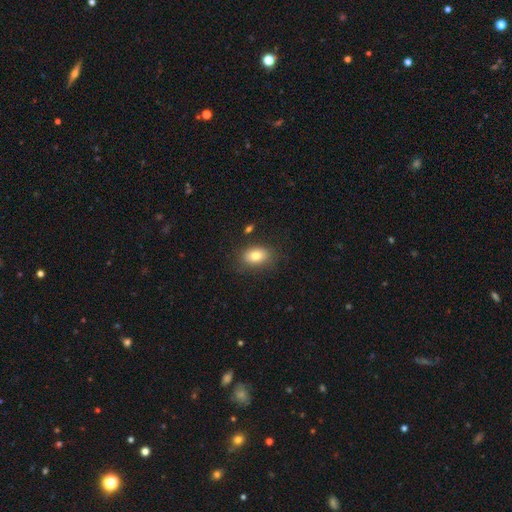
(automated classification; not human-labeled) This is clearly a smooth galaxy (81%). How rounded: clearly in between (81%). Merging: clearly none (82%).